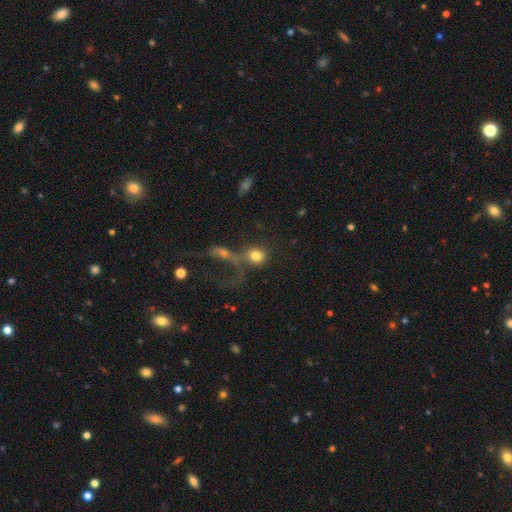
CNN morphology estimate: Q: Smooth or featured?
A: smooth (75%); runner-up: featured or disk (14%)
Q: How rounded?
A: round (75%); runner-up: in between (23%)
Q: Merging?
A: merger (39%); runner-up: none (34%)